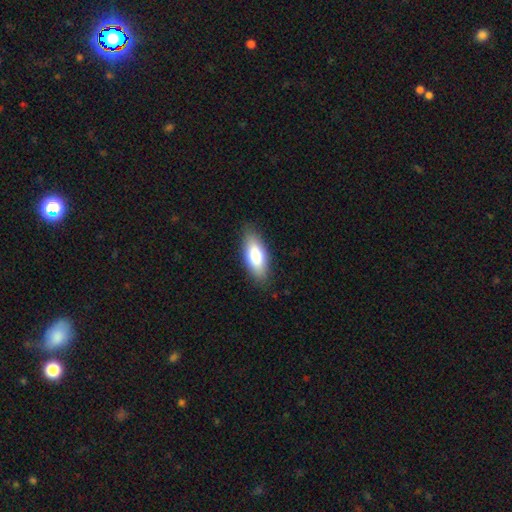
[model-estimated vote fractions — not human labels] Smooth or featured?
  - smooth: 77% *
  - featured or disk: 17%
  - star or artifact: 6%
How rounded?
  - in between: 79% *
  - cigar-shaped: 19%
  - round: 2%
Merging?
  - none: 85% *
  - minor disturbance: 11%
  - major disturbance: 2%
  - merger: 1%